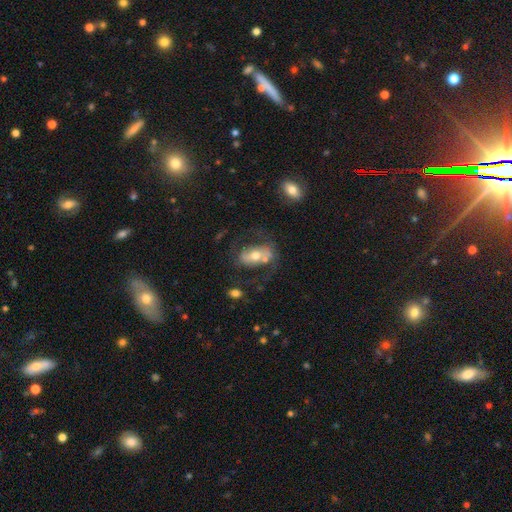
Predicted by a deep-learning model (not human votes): featured or disk 57%, smooth 35%, star or artifact 8%. Down the decision tree: edge-on disk — no (92%); bar — no (45%); spiral arms — yes (62%); bulge size — moderate (66%); merging — none (51%).